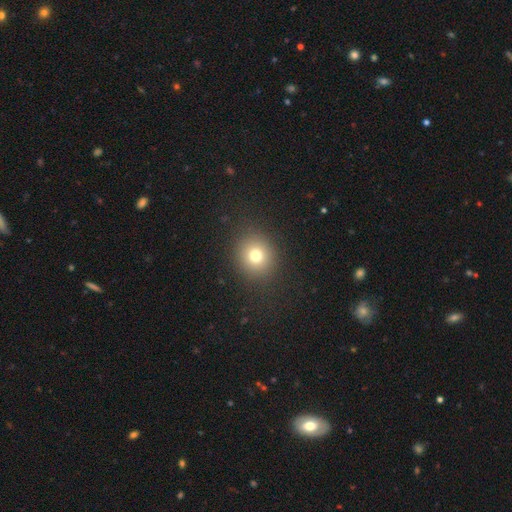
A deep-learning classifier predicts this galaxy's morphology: Smooth or featured: smooth — 75% (star or artifact — 15%)
How rounded: round — 81% (in between — 18%)
Merging: none — 88% (minor disturbance — 7%)